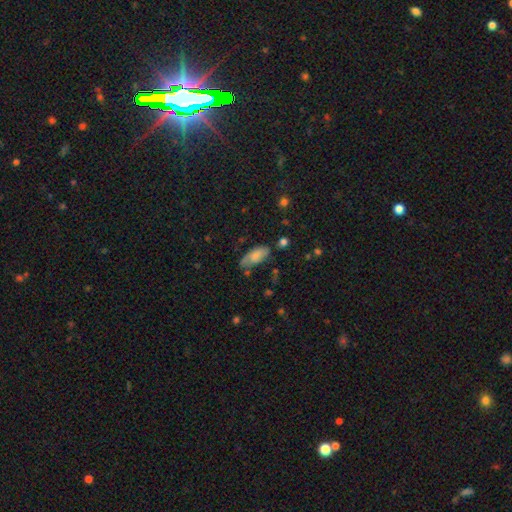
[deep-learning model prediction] A smooth galaxy with no disk features (77%) that is in between round and cigar-shaped (86%).

Vote fractions:
- Smooth or featured? smooth: 77% / featured or disk: 15% / star or artifact: 7%
- How rounded? in between: 86% / cigar-shaped: 12% / round: 2%
- Merging? none: 62% / minor disturbance: 26% / major disturbance: 8% / merger: 5%